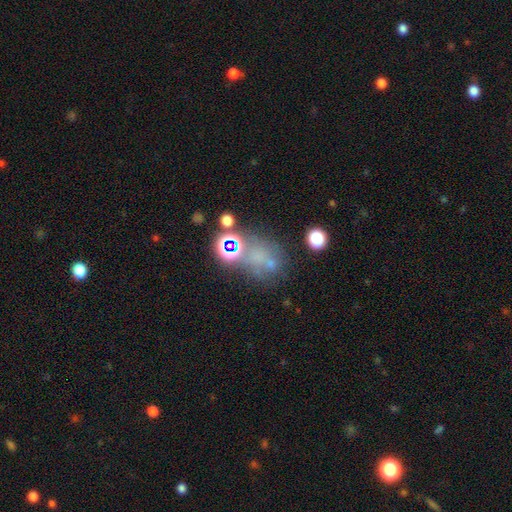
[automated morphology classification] Smooth or featured: star or artifact — 45% (smooth — 33%)